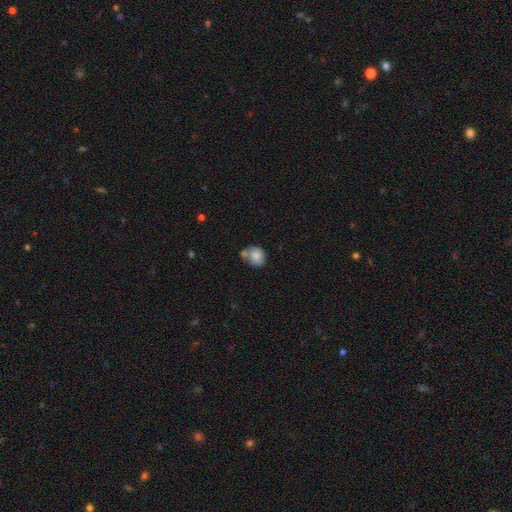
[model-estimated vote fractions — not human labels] The model was most divided on "merging": none: 47%, merger: 30%, minor disturbance: 17%, major disturbance: 5%. More confident: smooth or featured — smooth (83%); how rounded — round (72%).